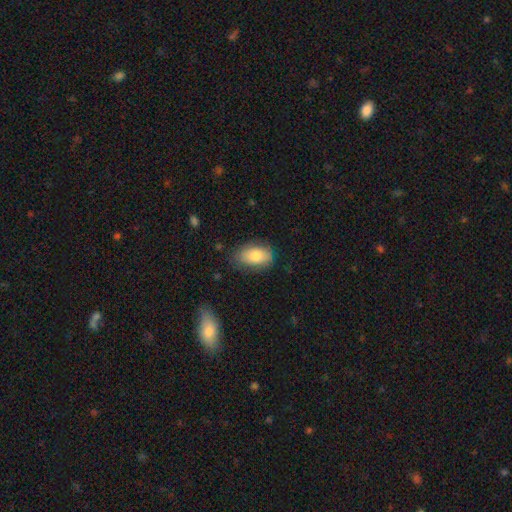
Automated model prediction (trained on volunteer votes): smooth_or_featured: smooth (p=0.79) [alt: featured or disk p=0.14]
how_rounded: in between (p=0.92) [alt: round p=0.06]
merging: none (p=0.74) [alt: minor disturbance p=0.20]